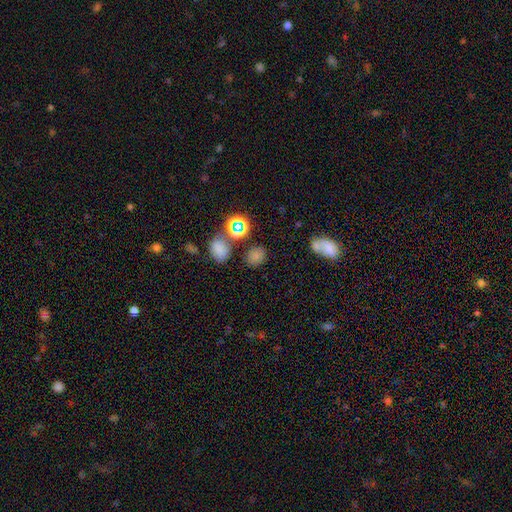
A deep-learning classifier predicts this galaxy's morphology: smooth-or-featured: smooth: 74% | star or artifact: 20% | featured or disk: 6%
  how-rounded: round: 57% | in between: 42% | cigar-shaped: 1%
  merging: none: 75% | minor disturbance: 12% | merger: 10% | major disturbance: 4%